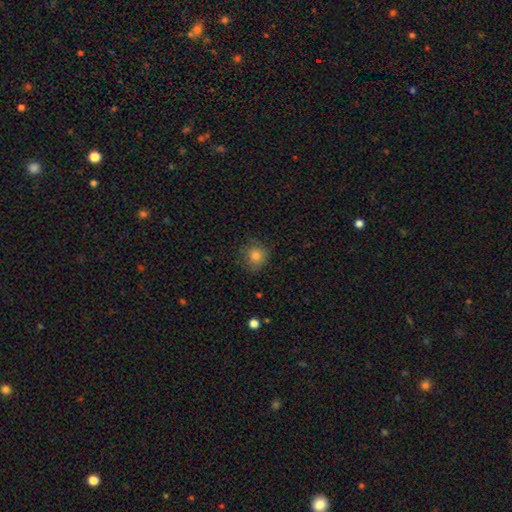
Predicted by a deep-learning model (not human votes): smooth_or_featured: smooth (p=0.80) [alt: star or artifact p=0.12]
how_rounded: round (p=0.87) [alt: in between p=0.12]
merging: none (p=0.77) [alt: minor disturbance p=0.17]